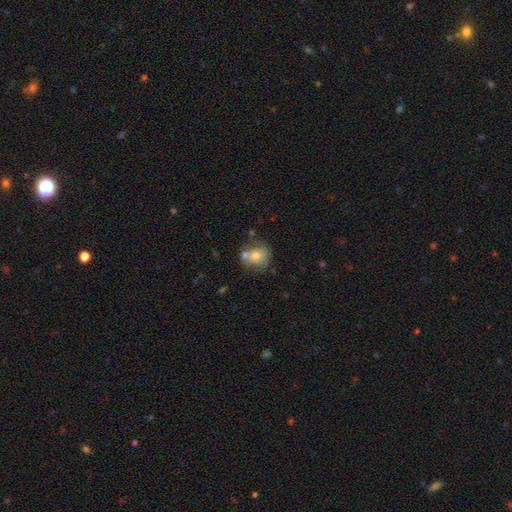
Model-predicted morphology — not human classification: This appears to be a smooth galaxy with no disk features (68%) that is round (76%). Merging: none (54%).